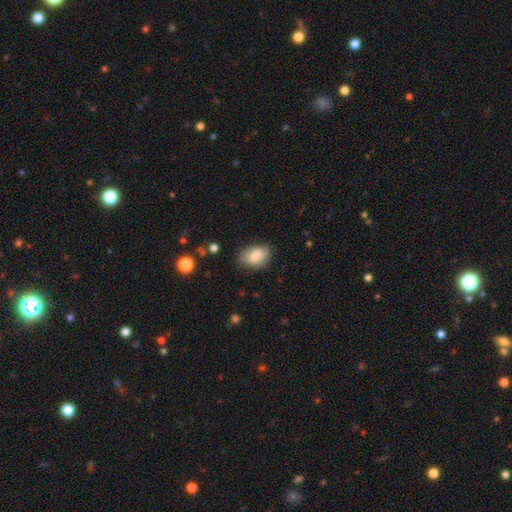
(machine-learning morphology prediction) Smooth or featured: smooth — 75% (featured or disk — 18%)
How rounded: in between — 82% (round — 16%)
Merging: none — 71% (minor disturbance — 23%)